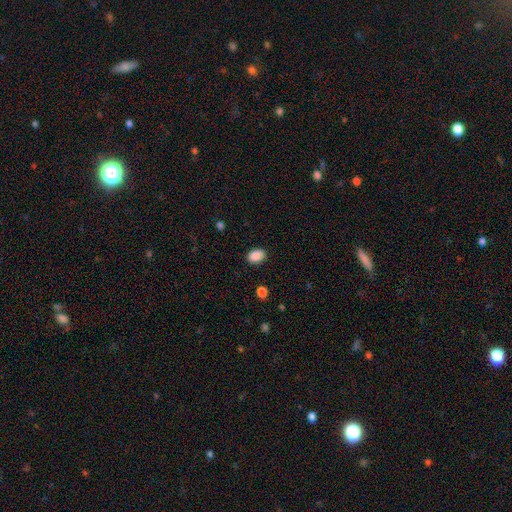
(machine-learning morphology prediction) A smooth galaxy with no disk features (89%) that is in between round and cigar-shaped (75%). Merging: none (86%).